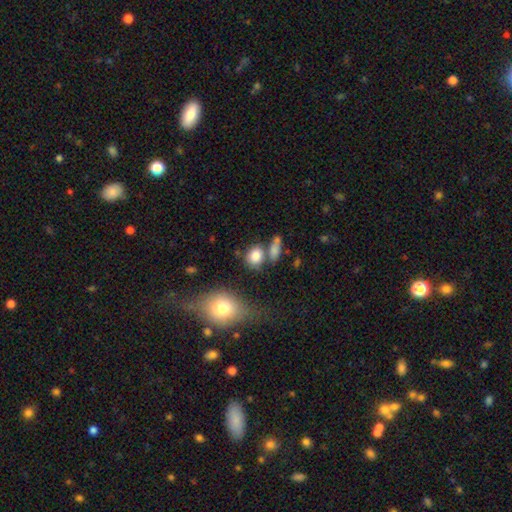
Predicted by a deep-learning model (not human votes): Smooth or featured? smooth (83%)
How rounded? round (54%)
Merging? none (58%)